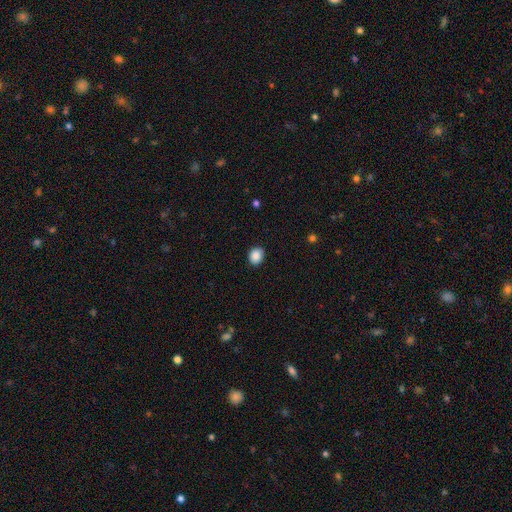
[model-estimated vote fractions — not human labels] Smooth or featured? smooth (89%)
How rounded? round (56%)
Merging? none (89%)